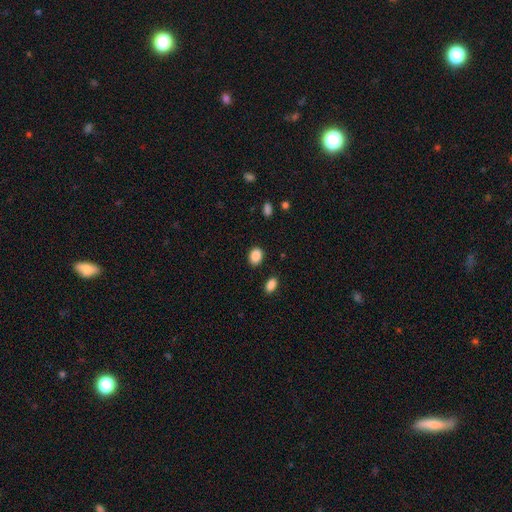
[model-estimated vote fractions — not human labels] This is clearly a smooth galaxy (89%). How rounded: likely in between (61%). Merging: clearly none (86%).